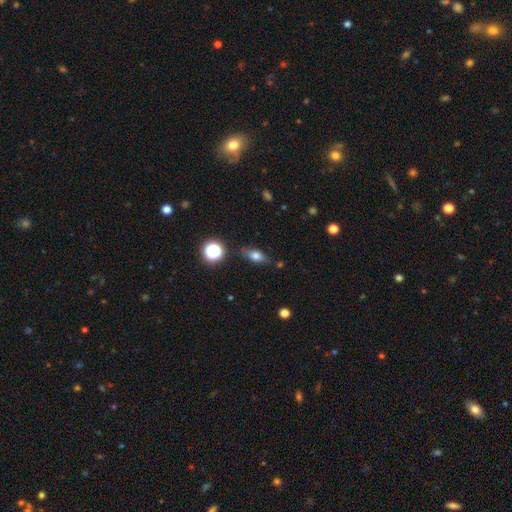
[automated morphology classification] The model was most divided on "smooth or featured": smooth: 72%, featured or disk: 16%, star or artifact: 13%. More confident: merging — none (78%); how rounded — in between (71%).